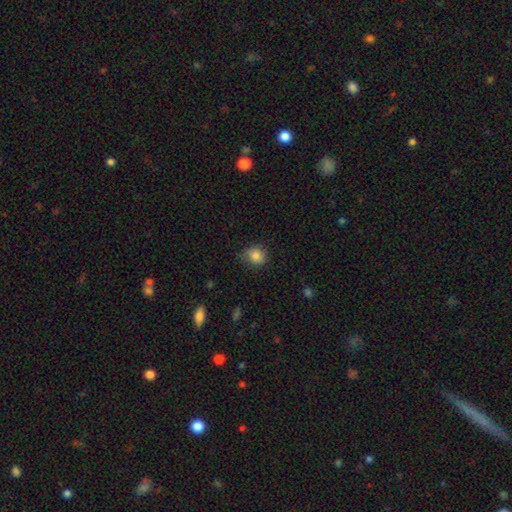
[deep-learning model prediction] Q: Smooth or featured?
A: smooth (83%); runner-up: star or artifact (10%)
Q: How rounded?
A: round (78%); runner-up: in between (21%)
Q: Merging?
A: none (74%); runner-up: minor disturbance (20%)